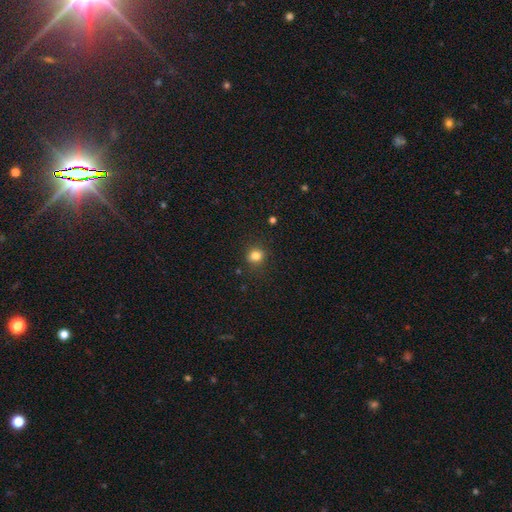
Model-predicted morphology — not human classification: Q: Smooth or featured?
A: smooth (81%); runner-up: star or artifact (13%)
Q: How rounded?
A: round (76%); runner-up: in between (23%)
Q: Merging?
A: none (85%); runner-up: minor disturbance (10%)